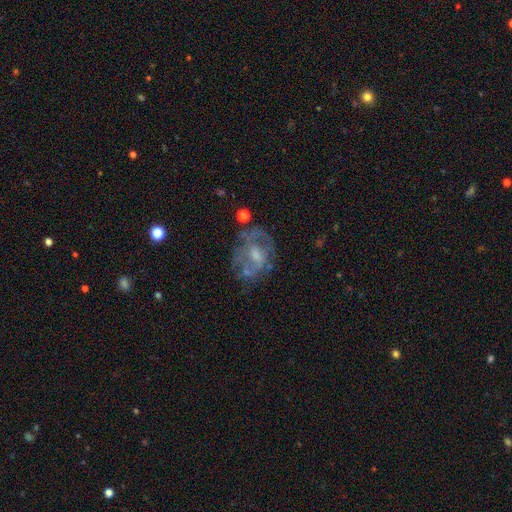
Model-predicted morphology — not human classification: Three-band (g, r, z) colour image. It shows a featured or disk galaxy (66%) with no bar (55%), no spiral arms (51%) and a moderate central bulge (39%). Merging: none (49%).